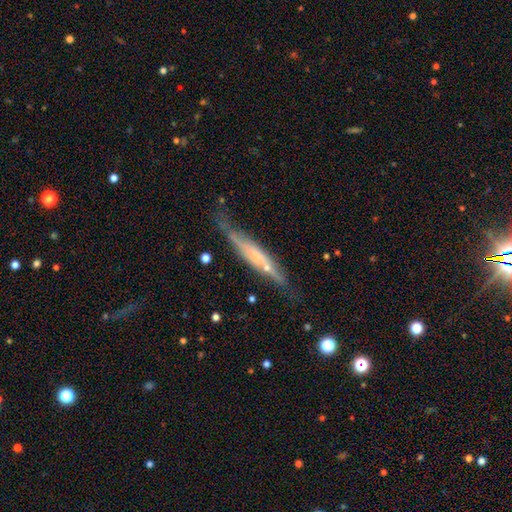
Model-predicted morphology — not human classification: featured or disk 58%, smooth 36%, star or artifact 7%. Down the decision tree: edge-on disk — yes (85%); merging — none (54%).